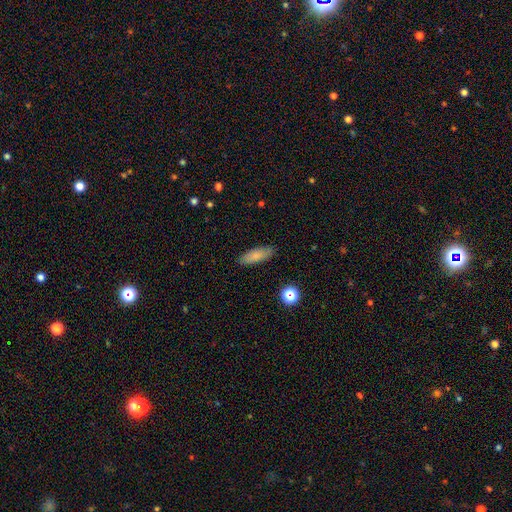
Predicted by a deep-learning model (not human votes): smooth_or_featured: smooth (p=0.79) [alt: featured or disk p=0.13]
how_rounded: in between (p=0.65) [alt: cigar-shaped p=0.32]
merging: none (p=0.86) [alt: minor disturbance p=0.10]